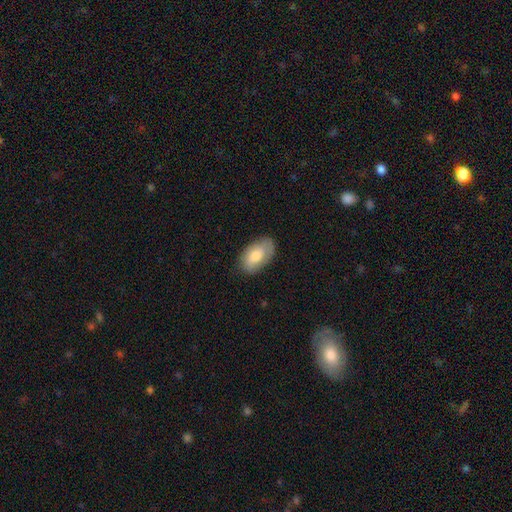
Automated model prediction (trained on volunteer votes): Smooth or featured?
  - smooth: 72% *
  - featured or disk: 22%
  - star or artifact: 6%
How rounded?
  - in between: 93% *
  - round: 5%
  - cigar-shaped: 2%
Merging?
  - none: 77% *
  - minor disturbance: 18%
  - major disturbance: 4%
  - merger: 1%